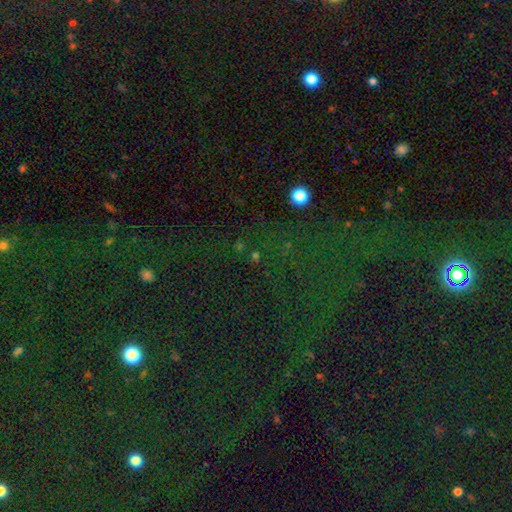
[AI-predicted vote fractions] This is likely a star or artifact rather than a galaxy (66%).